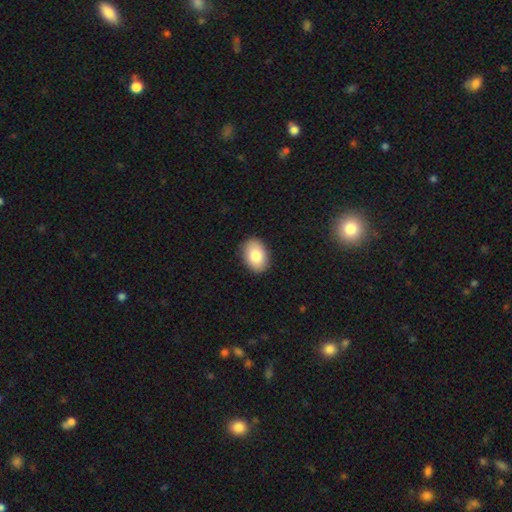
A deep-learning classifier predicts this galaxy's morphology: A smooth galaxy with no disk features (83%) that is in between round and cigar-shaped (82%).

Vote fractions:
- Smooth or featured? smooth: 83% / featured or disk: 10% / star or artifact: 7%
- How rounded? in between: 82% / round: 17% / cigar-shaped: 1%
- Merging? none: 89% / minor disturbance: 8% / major disturbance: 2% / merger: 1%